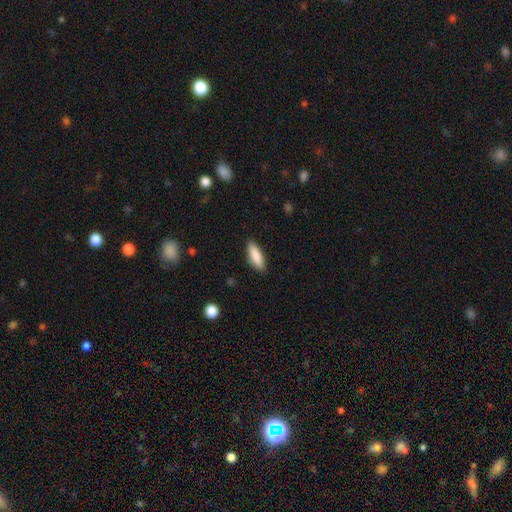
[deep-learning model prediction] This is clearly a smooth galaxy (87%). How rounded: possibly in between (59%). Merging: clearly none (87%).